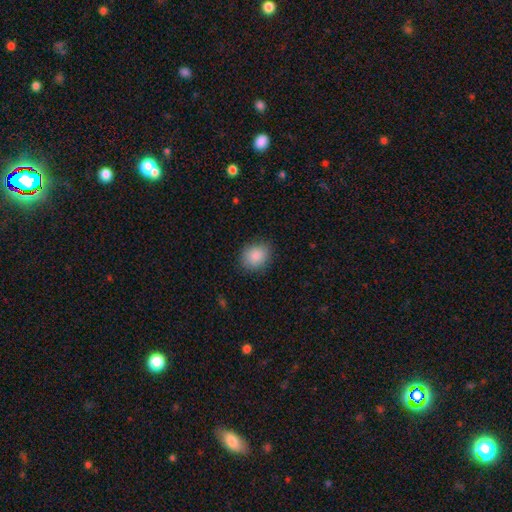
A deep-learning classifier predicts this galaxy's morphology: smooth 88%, star or artifact 8%, featured or disk 5%. Down the decision tree: how rounded — round (54%); merging — none (84%).